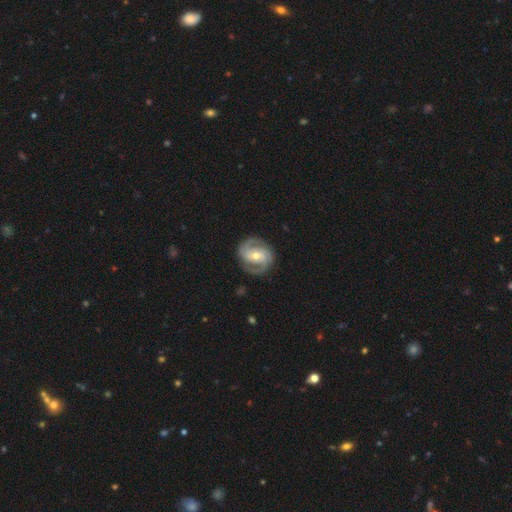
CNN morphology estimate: Smooth or featured? featured or disk (88%)
Edge-on disk? no (98%)
Bar? no (42%)
Spiral arms? yes (97%)
Spiral winding? tight (47%)
Spiral arm count? 2 (64%)
Bulge size? moderate (62%)
Merging? none (81%)